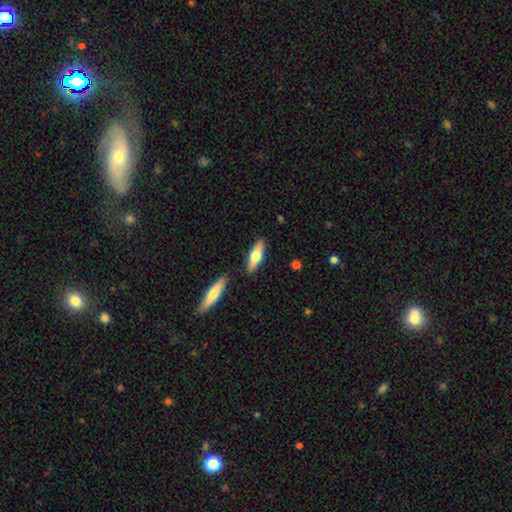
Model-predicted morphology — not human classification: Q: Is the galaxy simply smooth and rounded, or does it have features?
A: smooth — 52%.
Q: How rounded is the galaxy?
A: cigar-shaped — 53%.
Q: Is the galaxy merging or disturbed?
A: none — 85%.